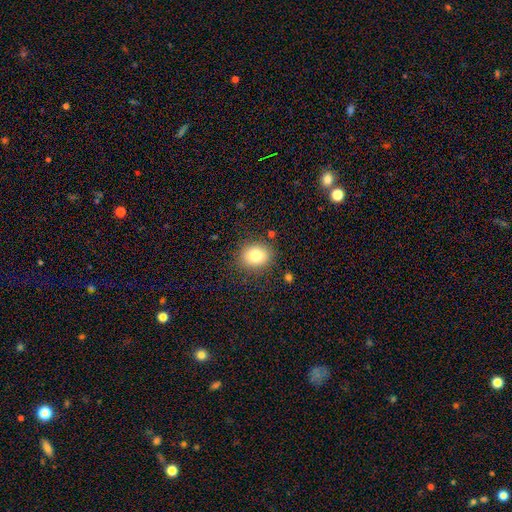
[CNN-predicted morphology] smooth-or-featured: smooth: 81% | star or artifact: 10% | featured or disk: 9%
  how-rounded: round: 57% | in between: 42% | cigar-shaped: 1%
  merging: none: 85% | minor disturbance: 10% | major disturbance: 3% | merger: 2%